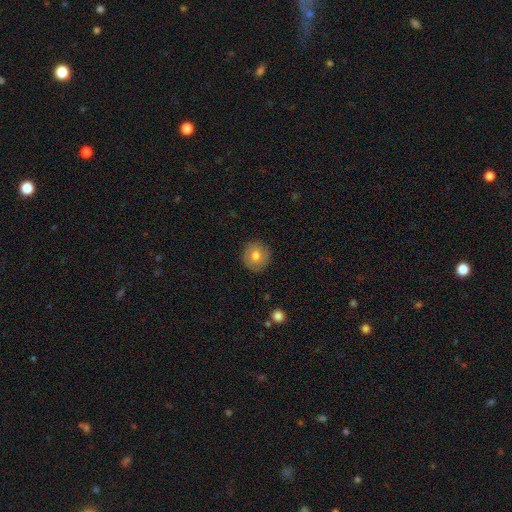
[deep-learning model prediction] smooth 74%, featured or disk 18%, star or artifact 8%. Down the decision tree: how rounded — round (91%); merging — none (89%).